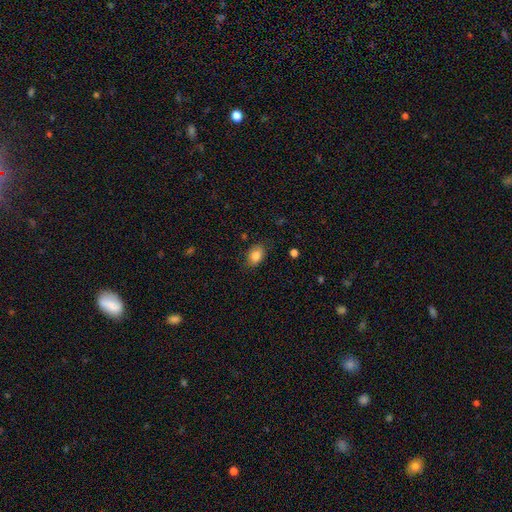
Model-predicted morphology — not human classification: type=smooth (85%); roundness=in between (81%); merging=none (82%).